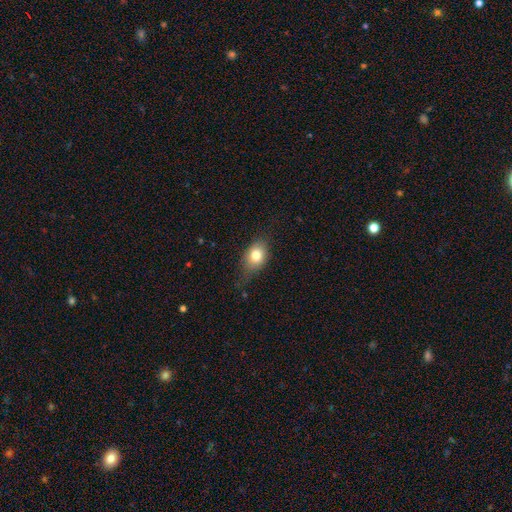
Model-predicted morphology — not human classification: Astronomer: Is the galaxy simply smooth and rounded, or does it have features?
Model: smooth — 77%.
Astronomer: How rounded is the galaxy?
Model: in between — 69%.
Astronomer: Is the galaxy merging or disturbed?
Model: none — 61%.